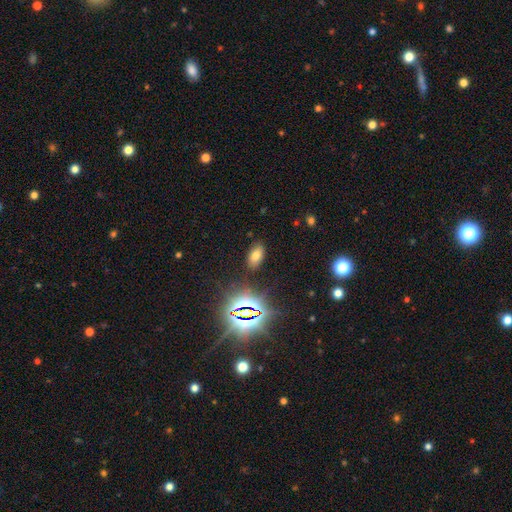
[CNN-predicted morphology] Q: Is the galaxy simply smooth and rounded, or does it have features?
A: smooth — 63%.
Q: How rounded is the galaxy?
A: in between — 92%.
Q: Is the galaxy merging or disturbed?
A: none — 87%.